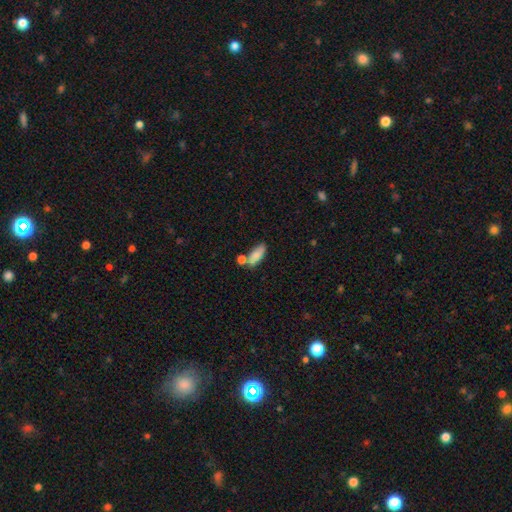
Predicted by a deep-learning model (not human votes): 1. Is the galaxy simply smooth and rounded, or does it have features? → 80% smooth, 13% featured or disk, 7% star or artifact.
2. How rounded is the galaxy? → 77% in between, 20% cigar-shaped, 3% round.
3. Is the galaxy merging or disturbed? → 54% none, 25% merger, 17% minor disturbance, 5% major disturbance.